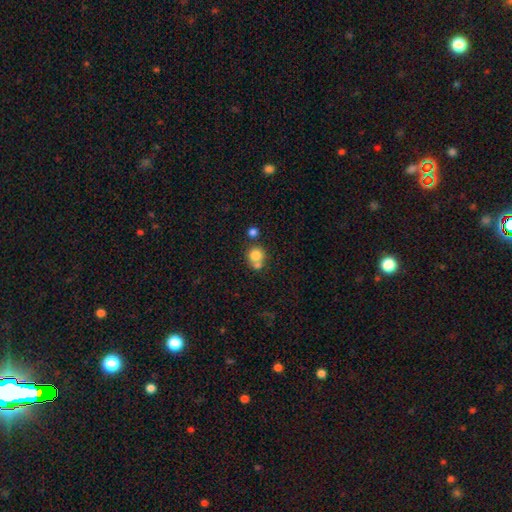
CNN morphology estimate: smooth-or-featured: smooth: 78% | star or artifact: 11% | featured or disk: 11%
  how-rounded: round: 85% | in between: 14% | cigar-shaped: 1%
  merging: none: 47% | merger: 42% | minor disturbance: 8% | major disturbance: 3%